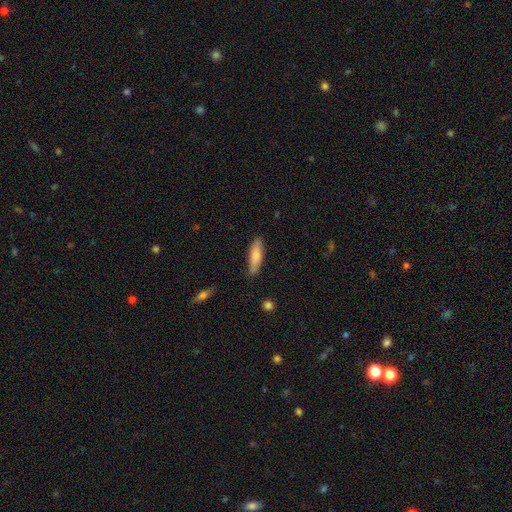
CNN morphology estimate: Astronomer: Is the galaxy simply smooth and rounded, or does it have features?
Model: smooth — 79%.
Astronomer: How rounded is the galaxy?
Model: cigar-shaped — 60% (runner-up: in between, 38%).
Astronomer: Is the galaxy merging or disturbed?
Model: none — 78%.